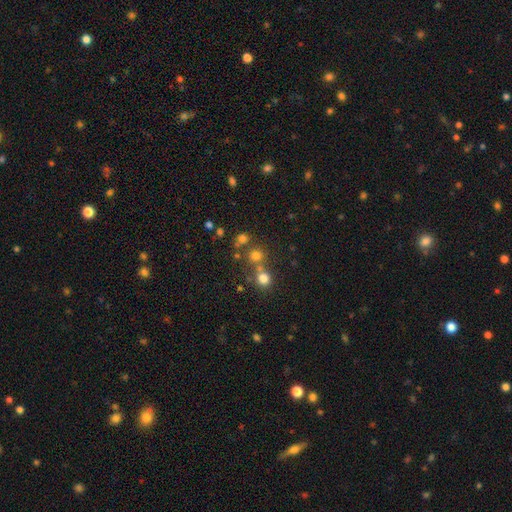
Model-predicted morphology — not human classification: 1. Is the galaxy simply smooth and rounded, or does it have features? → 44% star or artifact, 43% smooth, 14% featured or disk.